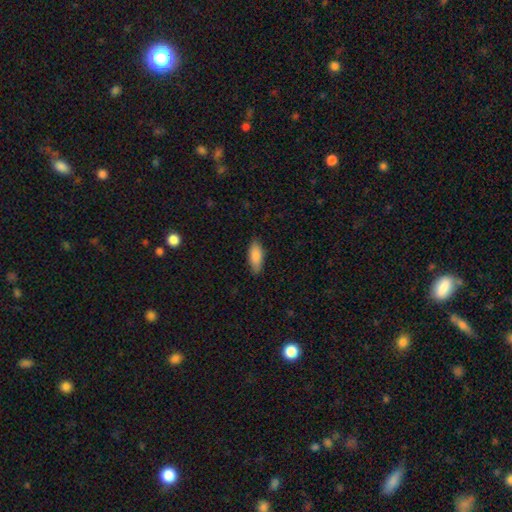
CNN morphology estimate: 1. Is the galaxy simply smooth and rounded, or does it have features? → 86% smooth, 8% featured or disk, 6% star or artifact.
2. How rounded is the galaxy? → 82% in between, 16% cigar-shaped, 2% round.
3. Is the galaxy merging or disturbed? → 83% none, 14% minor disturbance, 2% major disturbance, 1% merger.